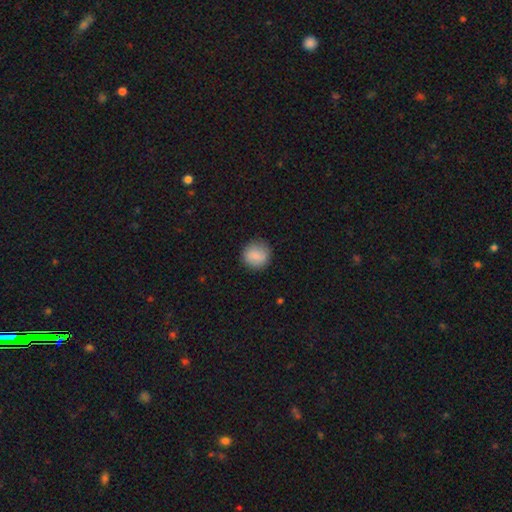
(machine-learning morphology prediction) Smooth or featured? Predicted: smooth (p=0.86). How rounded? Predicted: round (p=0.91). Merging? Predicted: none (p=0.86).